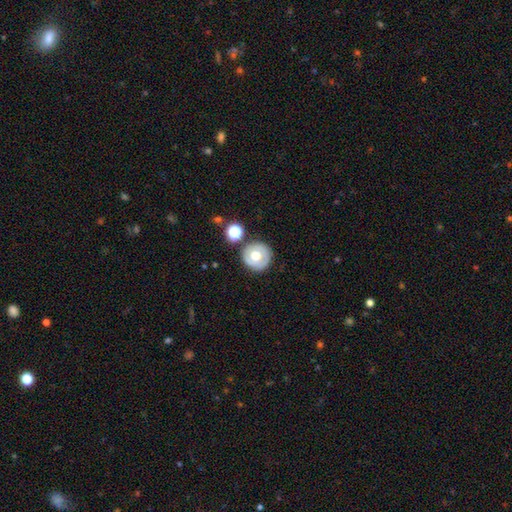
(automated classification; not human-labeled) Smooth or featured?
  - smooth: 53% *
  - featured or disk: 38%
  - star or artifact: 9%
How rounded?
  - round: 92% *
  - in between: 7%
  - cigar-shaped: 1%
Merging?
  - none: 80% *
  - minor disturbance: 10%
  - merger: 7%
  - major disturbance: 3%